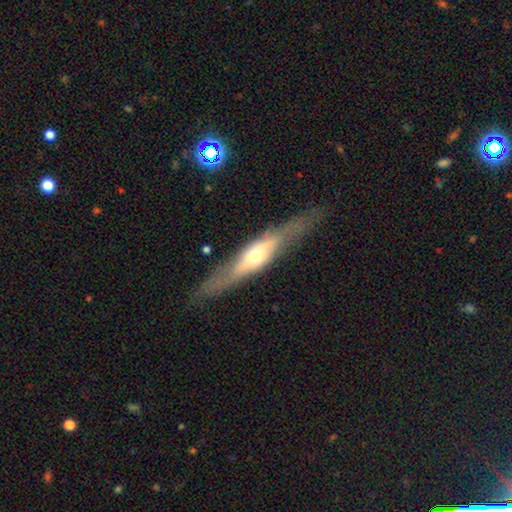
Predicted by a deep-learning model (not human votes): This appears to be a featured or disk galaxy (66%) viewed edge-on (85%) with a rounded central bulge (87%). Merging: none (76%).